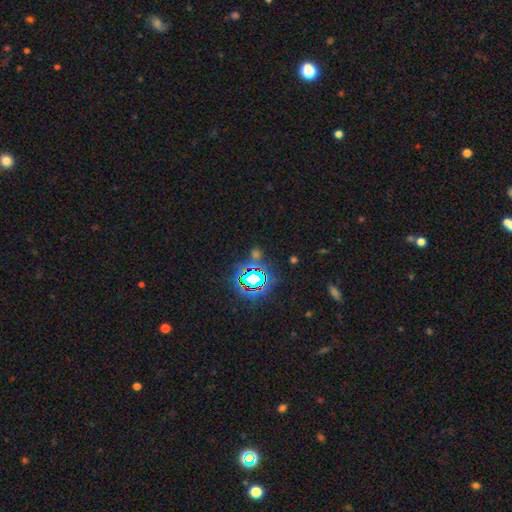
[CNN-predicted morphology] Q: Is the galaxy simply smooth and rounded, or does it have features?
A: star or artifact — 73%.